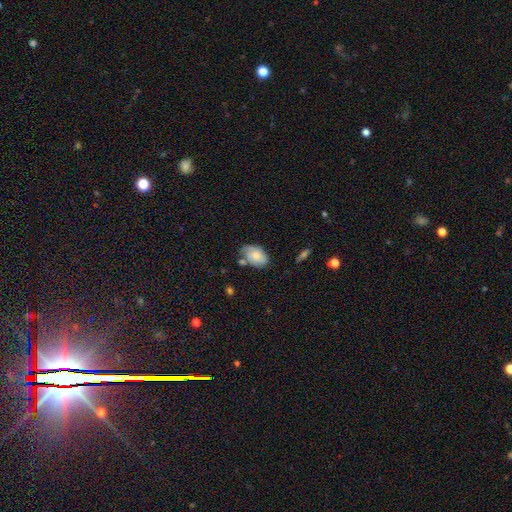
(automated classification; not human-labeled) Smooth or featured? smooth (65%)
How rounded? in between (86%)
Merging? none (46%)